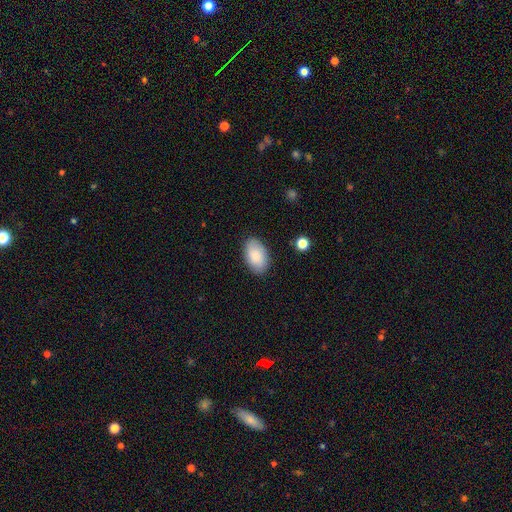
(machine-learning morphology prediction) The model was most divided on "merging": none: 85%, minor disturbance: 11%, major disturbance: 3%, merger: 1%. More confident: how rounded — in between (93%); smooth or featured — smooth (85%).